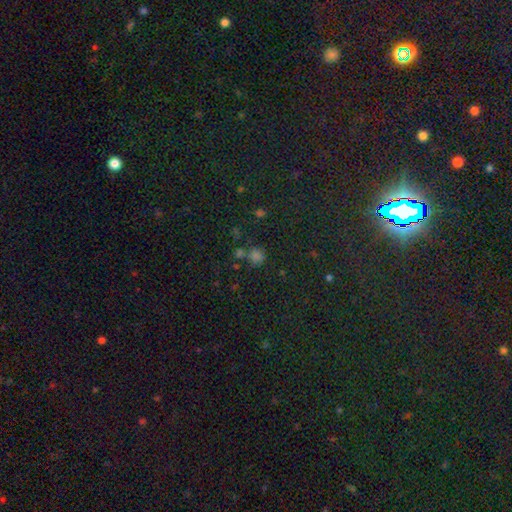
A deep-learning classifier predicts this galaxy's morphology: The model was most divided on "smooth or featured": smooth: 61%, star or artifact: 32%, featured or disk: 7%. More confident: how rounded — round (84%); merging — none (65%).